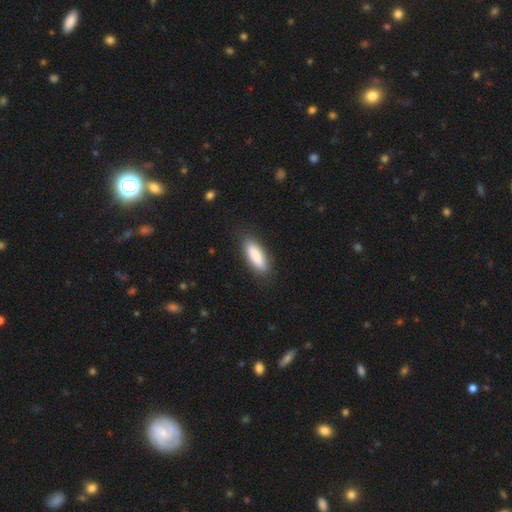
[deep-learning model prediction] Q: Smooth or featured?
A: smooth (86%); runner-up: featured or disk (8%)
Q: How rounded?
A: in between (64%); runner-up: cigar-shaped (34%)
Q: Merging?
A: none (85%); runner-up: minor disturbance (11%)